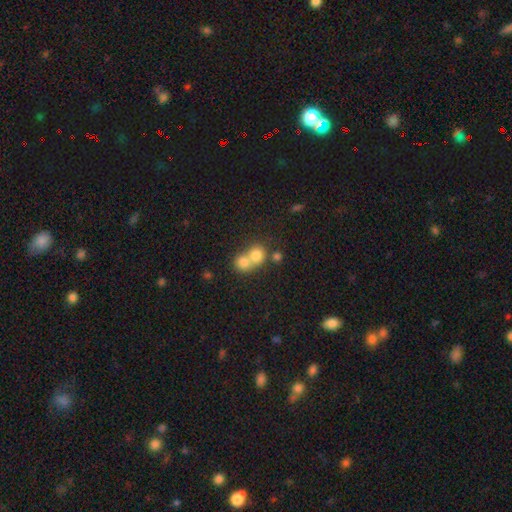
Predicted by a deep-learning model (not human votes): Overall: smooth (76%). How rounded: round (80%). Merging: merger (64%; none 29%).